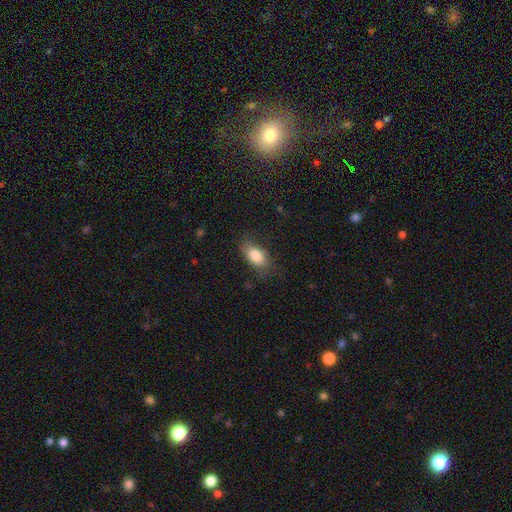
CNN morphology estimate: Smooth or featured? Predicted: smooth (p=0.83). How rounded? Predicted: in between (p=0.89). Merging? Predicted: none (p=0.70).